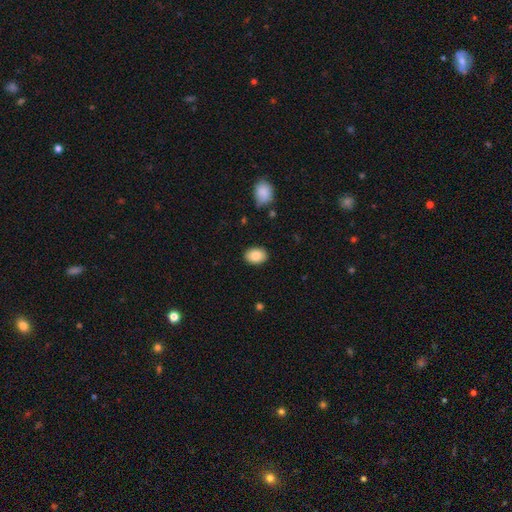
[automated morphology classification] A smooth galaxy with no disk features (84%) that is in between round and cigar-shaped (76%). Merging: none (88%).